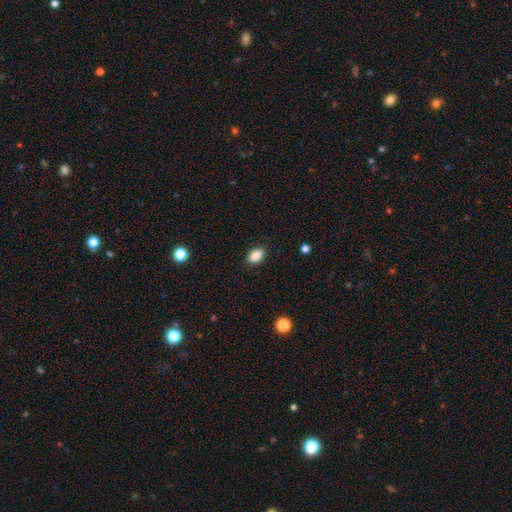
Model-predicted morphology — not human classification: Overall: smooth (87%). How rounded: in between (89%). Merging: none (89%).